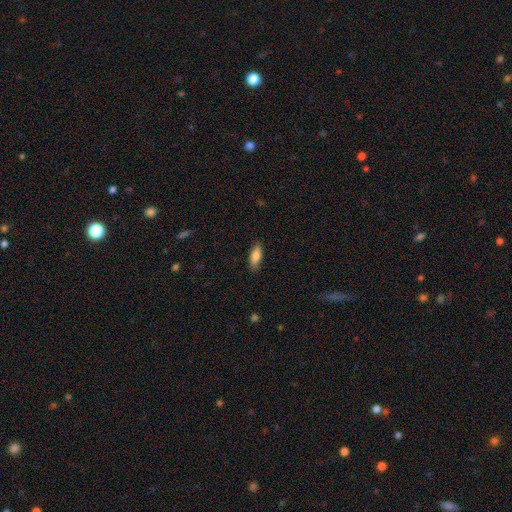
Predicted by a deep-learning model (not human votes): A smooth galaxy with no disk features (82%) that is in between round and cigar-shaped (69%). Merging: none (86%).